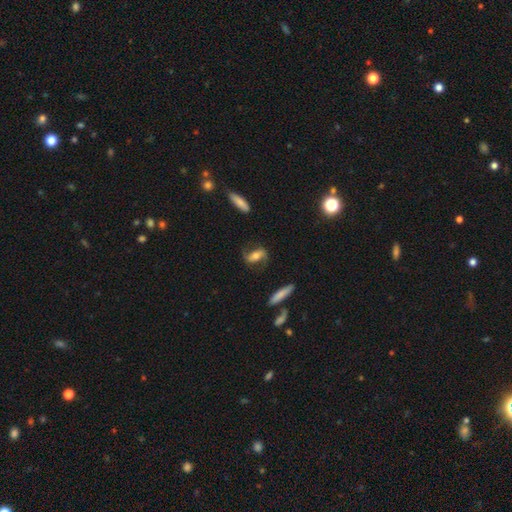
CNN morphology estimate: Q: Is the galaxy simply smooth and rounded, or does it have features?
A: featured or disk — 67%.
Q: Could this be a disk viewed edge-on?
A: no — 91%.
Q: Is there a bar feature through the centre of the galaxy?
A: no — 35%.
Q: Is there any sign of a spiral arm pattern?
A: yes — 91%.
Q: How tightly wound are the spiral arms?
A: loose — 51%.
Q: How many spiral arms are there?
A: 2 — 90%.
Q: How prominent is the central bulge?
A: moderate — 59%.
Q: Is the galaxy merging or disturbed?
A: none — 74%.